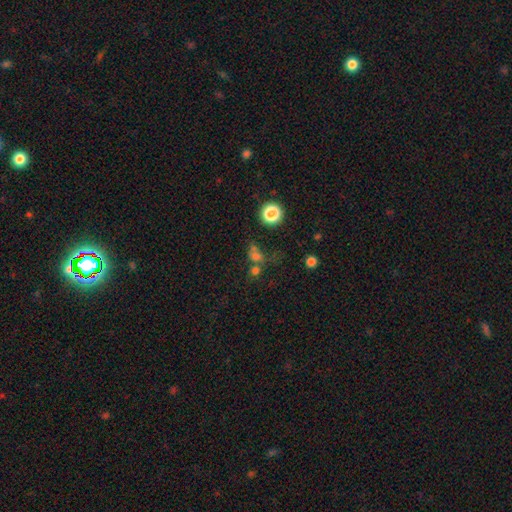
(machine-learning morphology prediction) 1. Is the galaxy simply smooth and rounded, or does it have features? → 61% smooth, 27% star or artifact, 12% featured or disk.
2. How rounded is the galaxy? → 63% round, 34% in between, 3% cigar-shaped.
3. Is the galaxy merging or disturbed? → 41% none, 32% merger, 13% minor disturbance, 13% major disturbance.